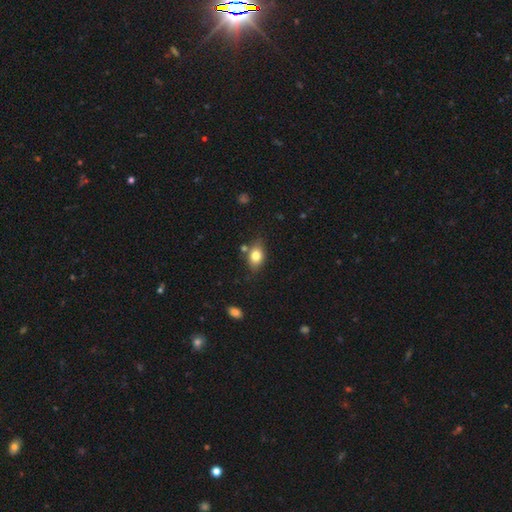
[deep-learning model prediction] smooth_or_featured: smooth (p=0.78) [alt: featured or disk p=0.14]
how_rounded: in between (p=0.80) [alt: round p=0.17]
merging: none (p=0.72) [alt: minor disturbance p=0.17]